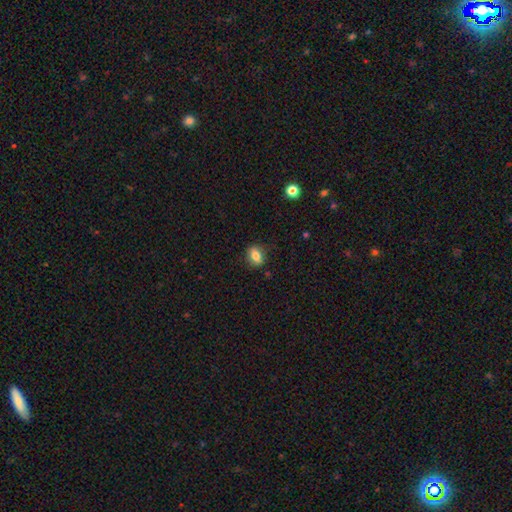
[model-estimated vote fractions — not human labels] smooth 77%, featured or disk 14%, star or artifact 9%. Down the decision tree: how rounded — in between (71%); merging — none (80%).